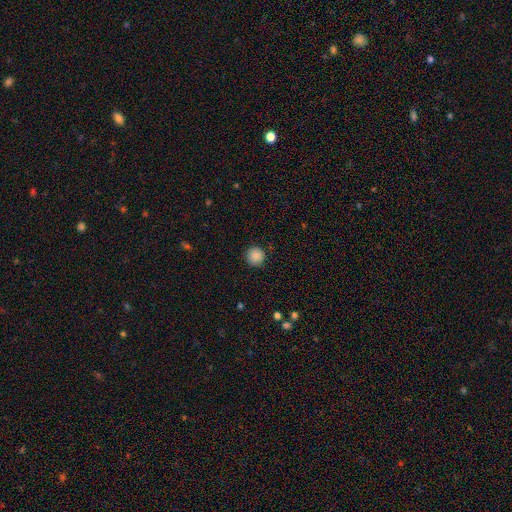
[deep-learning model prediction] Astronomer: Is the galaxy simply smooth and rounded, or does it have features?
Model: smooth — 86%.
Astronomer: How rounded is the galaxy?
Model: round — 95%.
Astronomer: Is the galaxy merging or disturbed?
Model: none — 89%.